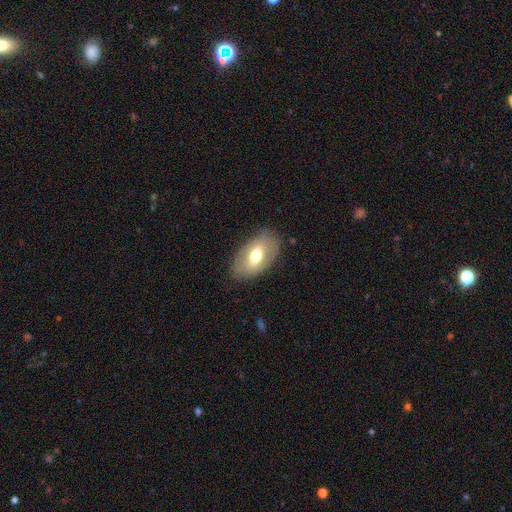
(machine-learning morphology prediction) Smooth or featured: smooth — 52% (featured or disk — 41%)
How rounded: in between — 91% (round — 6%)
Merging: none — 80% (minor disturbance — 15%)